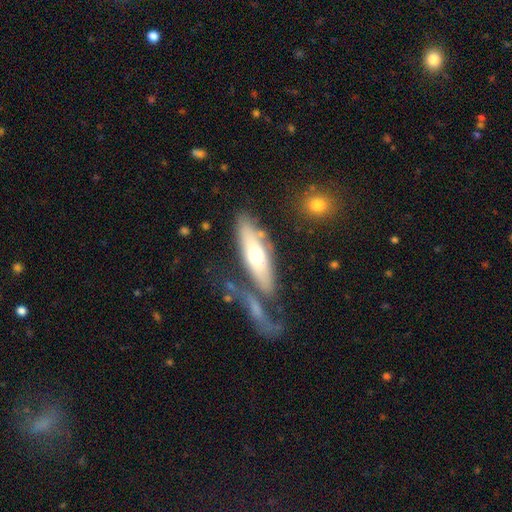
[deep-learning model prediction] The model was most divided on "smooth or featured": smooth: 49%, featured or disk: 45%, star or artifact: 6%. More confident: merging — none (51%).